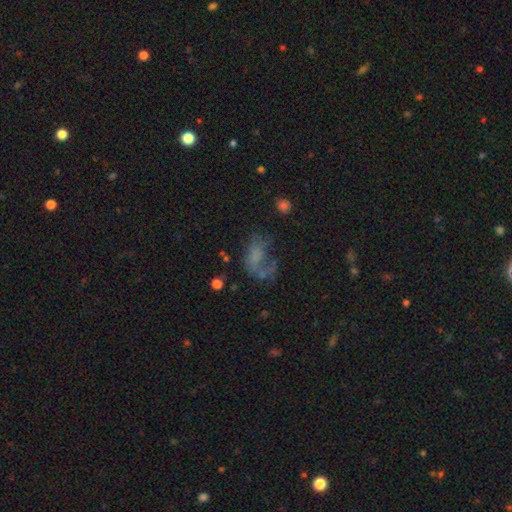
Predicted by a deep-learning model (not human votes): A smooth galaxy with no disk features (44%).

Vote fractions:
- Smooth or featured? smooth: 44% / featured or disk: 38% / star or artifact: 18%
- Merging? major disturbance: 47% / none: 26% / minor disturbance: 17% / merger: 11%